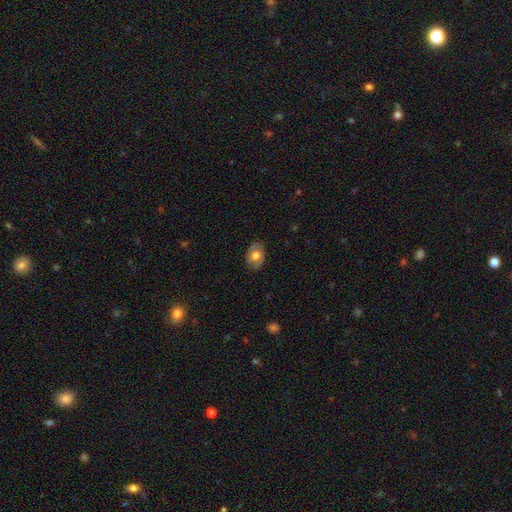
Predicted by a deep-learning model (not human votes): smooth 52%, featured or disk 41%, star or artifact 7%. Down the decision tree: how rounded — in between (79%); merging — none (81%).